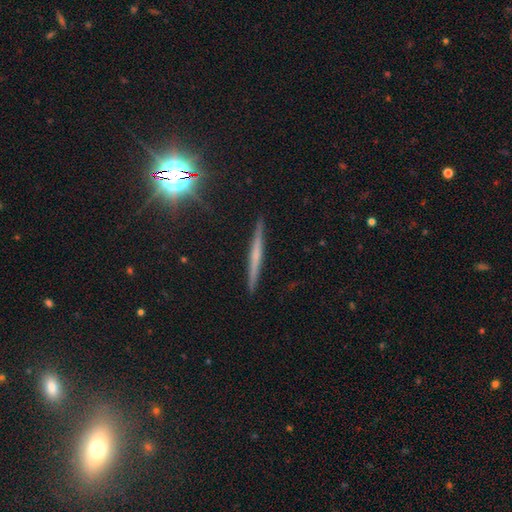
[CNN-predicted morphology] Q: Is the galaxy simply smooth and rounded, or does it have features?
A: featured or disk — 53%.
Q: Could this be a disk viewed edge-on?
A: yes — 97%.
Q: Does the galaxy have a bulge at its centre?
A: none — 71%.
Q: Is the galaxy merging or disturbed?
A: none — 92%.